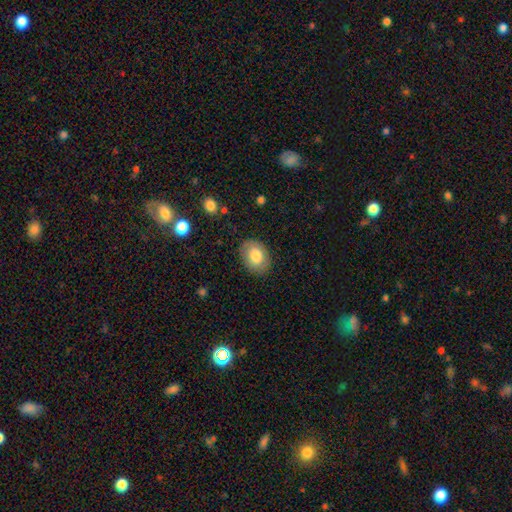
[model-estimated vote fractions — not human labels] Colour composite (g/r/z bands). It shows a smooth galaxy with no disk features (76%) that is in between round and cigar-shaped (72%). Merging: none (83%).